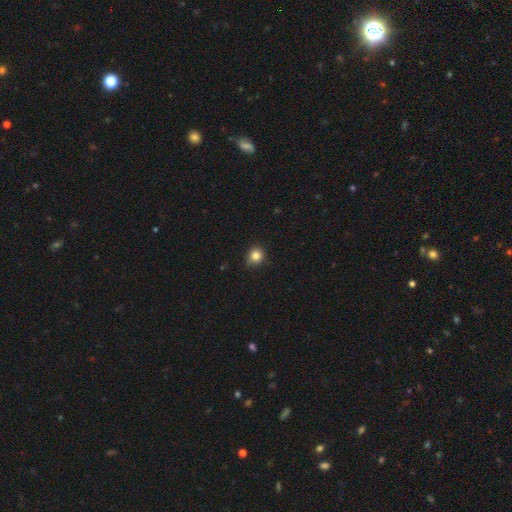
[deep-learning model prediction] smooth 84%, star or artifact 12%, featured or disk 5%. Down the decision tree: how rounded — round (84%); merging — none (85%).